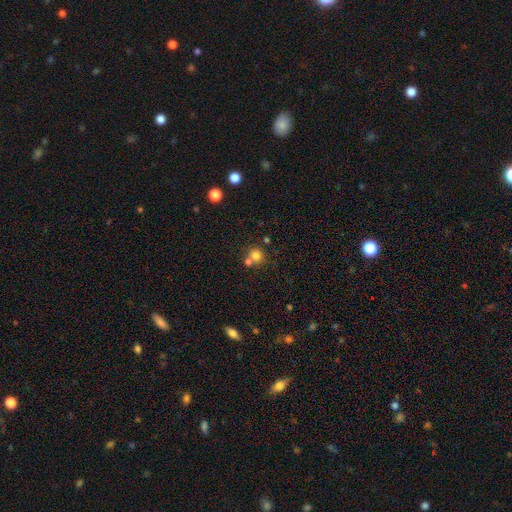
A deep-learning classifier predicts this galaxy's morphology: smooth 77%, star or artifact 14%, featured or disk 9%. Down the decision tree: how rounded — round (89%); merging — none (58%).